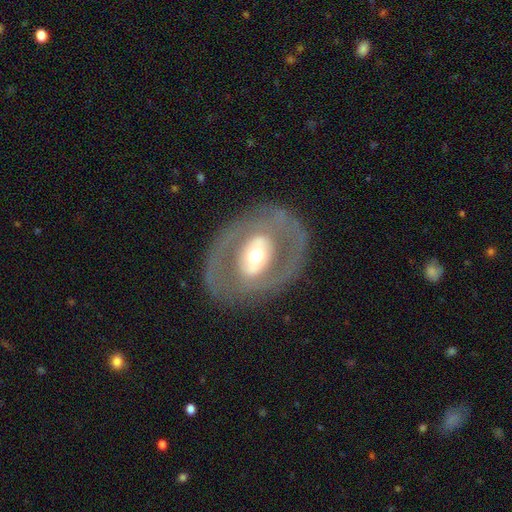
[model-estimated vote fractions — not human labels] A featured or disk galaxy (72%) with no bar (40%), no spiral arms (63%) and a moderate central bulge (62%). Merging: none (77%).